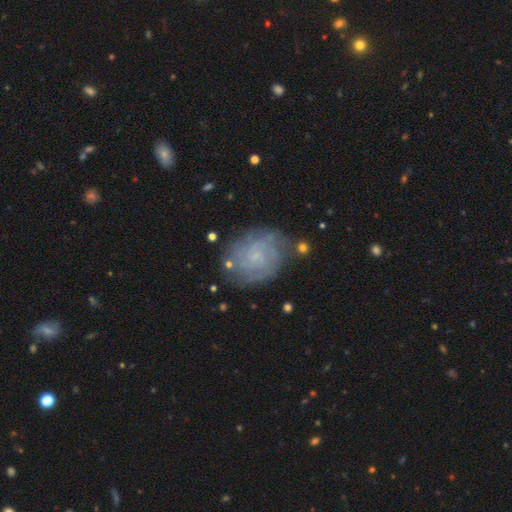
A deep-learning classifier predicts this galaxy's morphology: This appears to be a featured or disk galaxy (68%) with no bar (74%), tight (66%) spiral arms (89%) and a small central bulge (69%). Merging: none (75%).